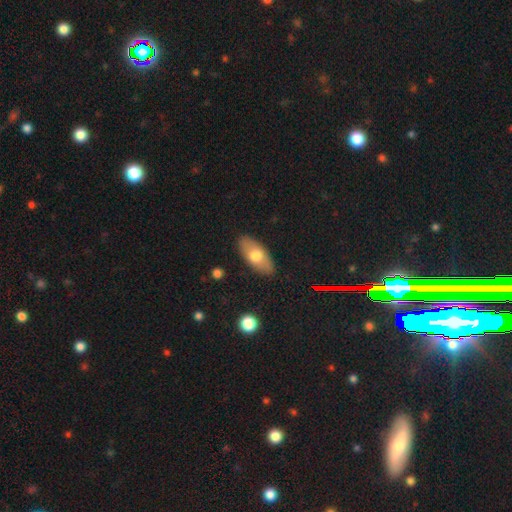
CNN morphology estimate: smooth_or_featured: smooth (p=0.67) [alt: featured or disk p=0.28]
how_rounded: in between (p=0.87) [alt: cigar-shaped p=0.09]
merging: none (p=0.87) [alt: minor disturbance p=0.09]